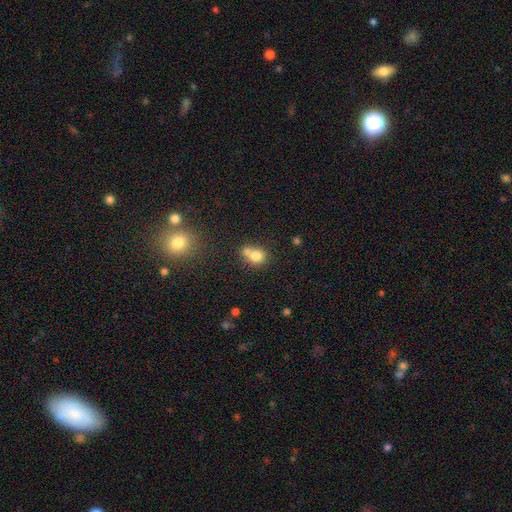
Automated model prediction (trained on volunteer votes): A smooth galaxy with no disk features (76%) that is round (67%).

Vote fractions:
- Smooth or featured? smooth: 76% / featured or disk: 13% / star or artifact: 11%
- How rounded? round: 67% / in between: 32% / cigar-shaped: 1%
- Merging? merger: 49% / none: 36% / minor disturbance: 10% / major disturbance: 4%